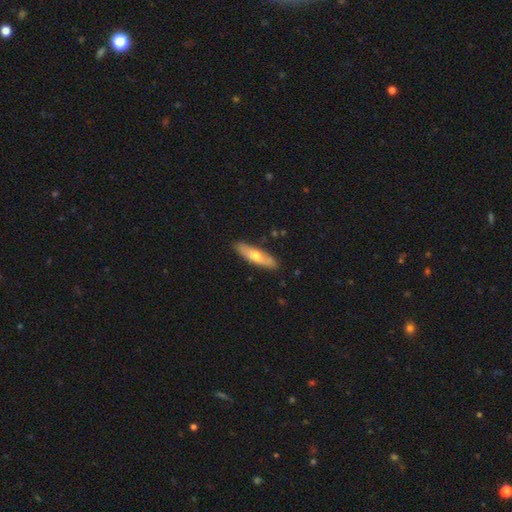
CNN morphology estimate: Smooth or featured? Predicted: smooth (p=0.59). How rounded? Predicted: cigar-shaped (p=0.66). Merging? Predicted: none (p=0.87).